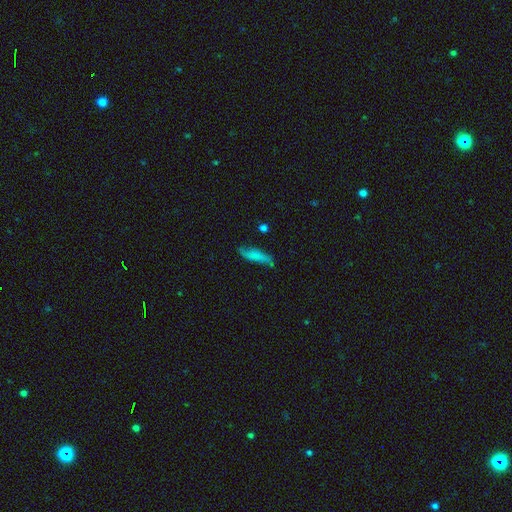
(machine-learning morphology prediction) Q: Smooth or featured?
A: smooth (64%); runner-up: featured or disk (28%)
Q: How rounded?
A: cigar-shaped (64%); runner-up: in between (34%)
Q: Merging?
A: none (64%); runner-up: minor disturbance (26%)